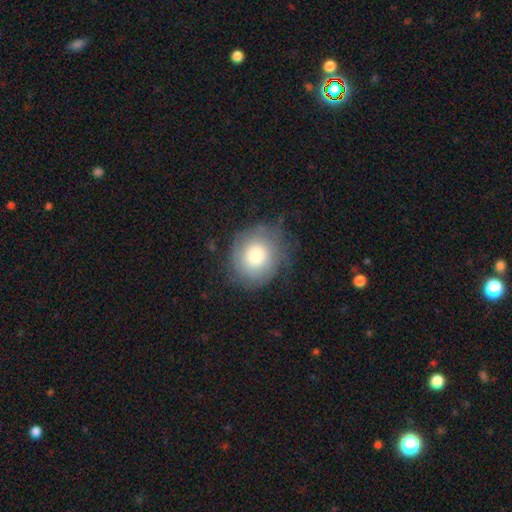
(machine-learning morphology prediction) smooth 65%, featured or disk 27%, star or artifact 8%. Down the decision tree: how rounded — round (75%); merging — none (66%).